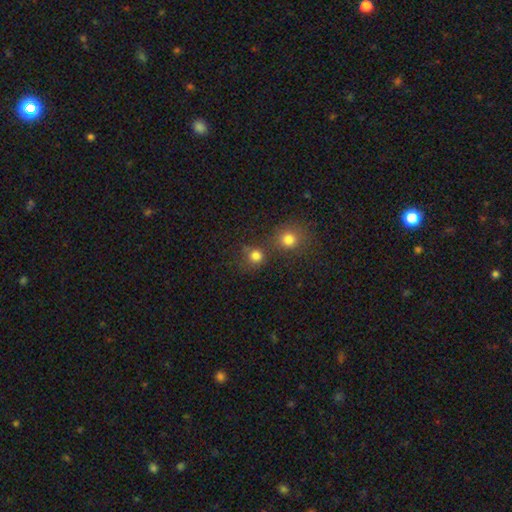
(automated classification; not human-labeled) A smooth galaxy with no disk features (79%) that is round (90%).

Vote fractions:
- Smooth or featured? smooth: 79% / star or artifact: 15% / featured or disk: 6%
- How rounded? round: 90% / in between: 9% / cigar-shaped: 1%
- Merging? none: 63% / merger: 26% / minor disturbance: 8% / major disturbance: 4%